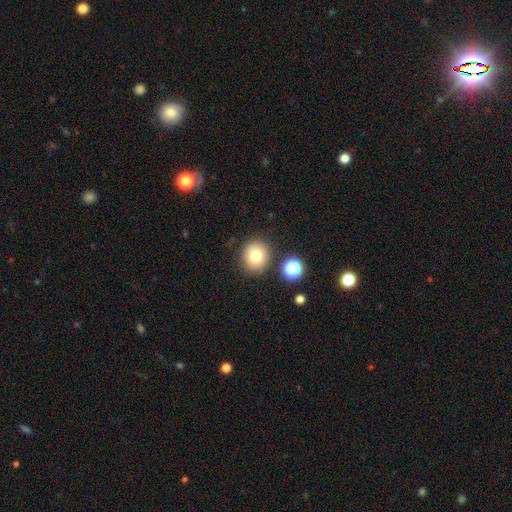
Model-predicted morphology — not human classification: This appears to be a smooth galaxy with no disk features (77%) that is round (87%). Merging: none (84%).